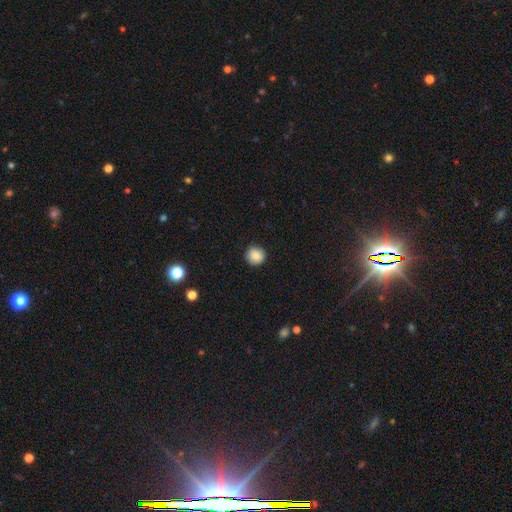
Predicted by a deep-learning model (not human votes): Smooth or featured? Predicted: smooth (p=0.84). How rounded? Predicted: round (p=0.94). Merging? Predicted: none (p=0.91).